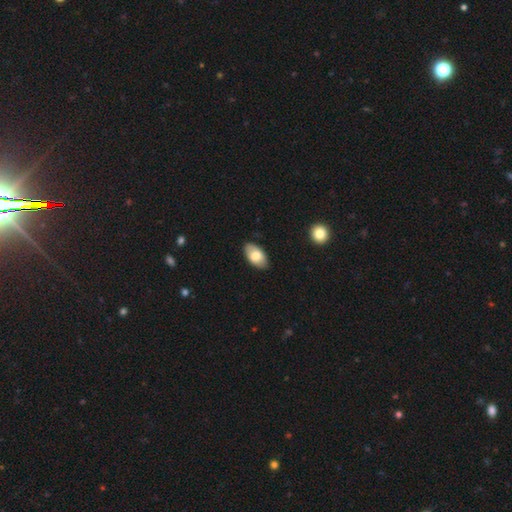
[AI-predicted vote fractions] smooth_or_featured: smooth (p=0.77) [alt: featured or disk p=0.17]
how_rounded: in between (p=0.95) [alt: round p=0.03]
merging: none (p=0.86) [alt: minor disturbance p=0.11]